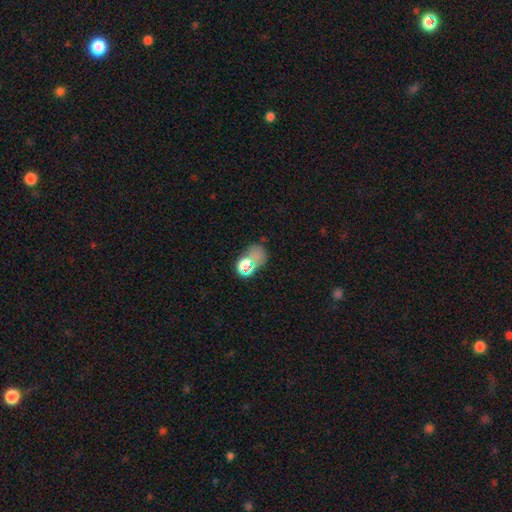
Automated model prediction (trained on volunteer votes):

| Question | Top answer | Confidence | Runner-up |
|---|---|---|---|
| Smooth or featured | smooth | 58% | star or artifact (29%) |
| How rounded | in between | 63% | round (36%) |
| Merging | none | 48% | minor disturbance (19%) |